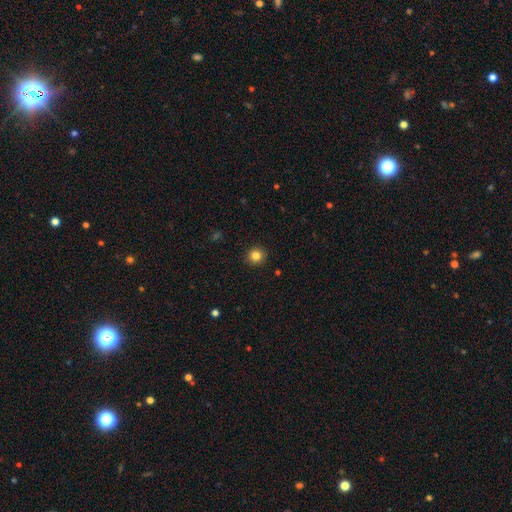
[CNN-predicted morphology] Smooth or featured: smooth — 84% (star or artifact — 11%)
How rounded: round — 90% (in between — 9%)
Merging: none — 92% (minor disturbance — 6%)